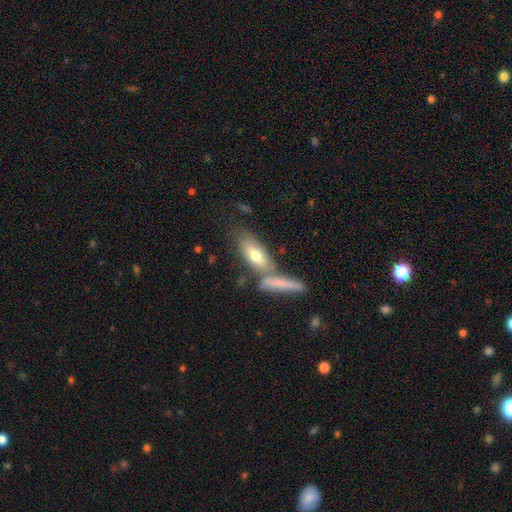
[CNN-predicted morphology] Smooth or featured? Predicted: featured or disk (p=0.42). Merging? Predicted: merger (p=0.45).